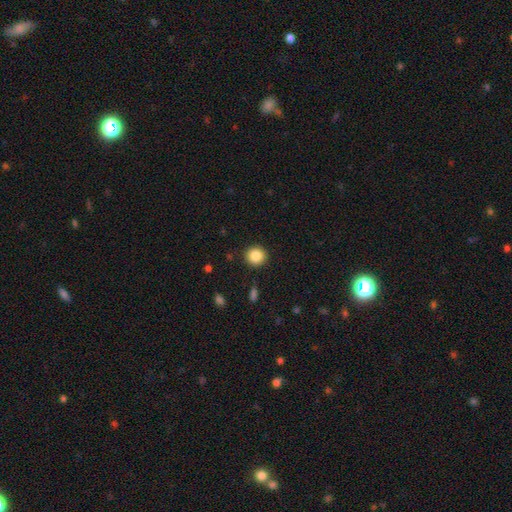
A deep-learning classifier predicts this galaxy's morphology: smooth-or-featured: smooth: 86% | star or artifact: 9% | featured or disk: 5%
  how-rounded: round: 93% | in between: 6% | cigar-shaped: 1%
  merging: none: 91% | minor disturbance: 6% | major disturbance: 2% | merger: 1%